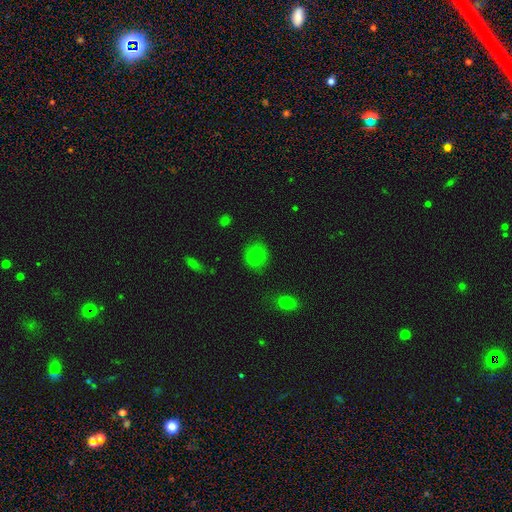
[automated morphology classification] Q: Smooth or featured?
A: smooth (79%); runner-up: star or artifact (12%)
Q: How rounded?
A: round (79%); runner-up: in between (20%)
Q: Merging?
A: none (79%); runner-up: minor disturbance (15%)